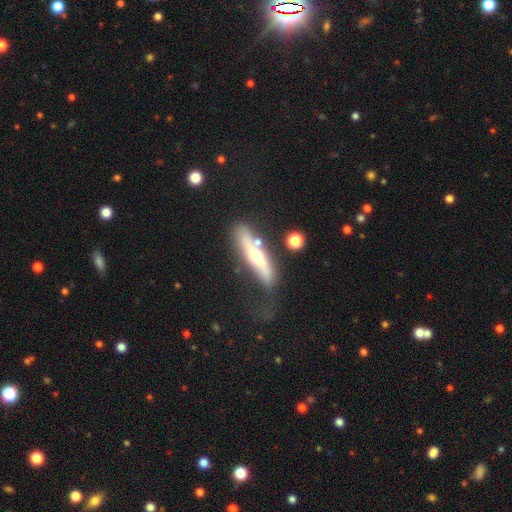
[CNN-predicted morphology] Q: Smooth or featured?
A: featured or disk (64%); runner-up: smooth (30%)
Q: Edge-on disk?
A: yes (59%); runner-up: no (41%)
Q: Merging?
A: none (44%); runner-up: minor disturbance (28%)